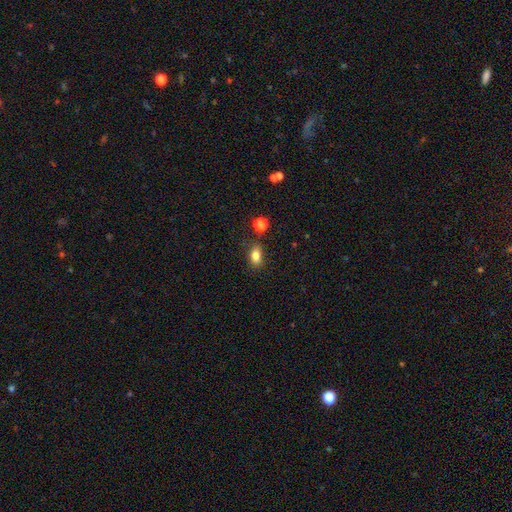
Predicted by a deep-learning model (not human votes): A smooth galaxy with no disk features (82%) that is in between round and cigar-shaped (79%).

Vote fractions:
- Smooth or featured? smooth: 82% / star or artifact: 11% / featured or disk: 7%
- How rounded? in between: 79% / round: 19% / cigar-shaped: 3%
- Merging? none: 75% / minor disturbance: 15% / merger: 6% / major disturbance: 4%